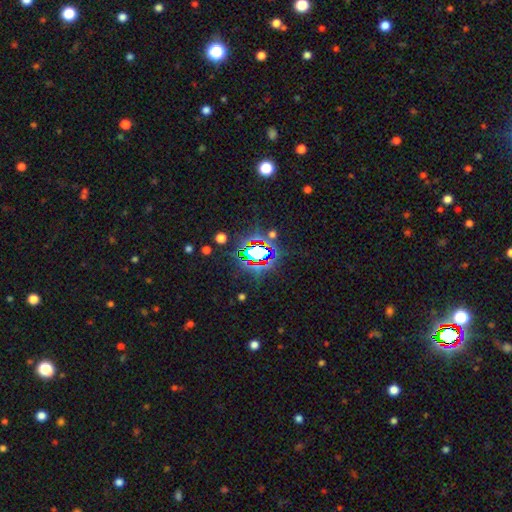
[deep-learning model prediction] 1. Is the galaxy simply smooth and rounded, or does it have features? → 72% star or artifact, 17% smooth, 11% featured or disk.